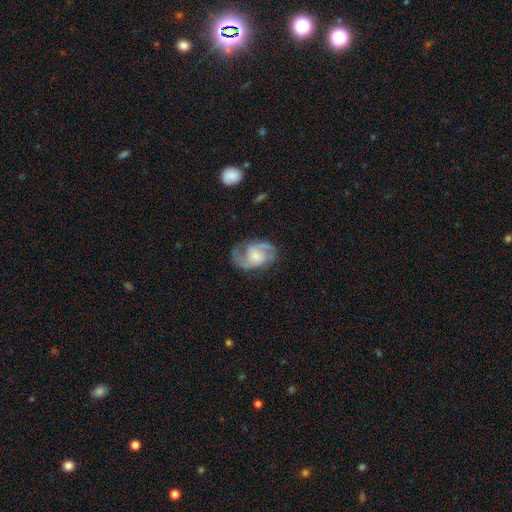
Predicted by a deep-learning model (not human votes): smooth-or-featured: featured or disk: 83% | smooth: 11% | star or artifact: 6%
  disk-edge-on: no: 98% | yes: 2%
    bar: no: 61% | weak: 32% | strong: 7%
    has-spiral-arms: yes: 95% | no: 5%
      spiral-winding: medium: 55% | loose: 24% | tight: 22%
      spiral-arm-count: 2: 80% | 3: 8% | can't tell: 6% | 1: 3% | 4: 2% | more than 4: 2%
    bulge-size: small: 52% | moderate: 34% | none: 7% | large: 6% | dominant: 1%
  merging: none: 66% | minor disturbance: 19% | major disturbance: 13% | merger: 2%